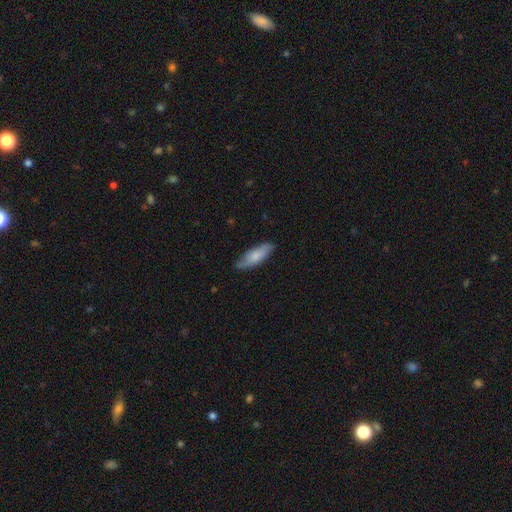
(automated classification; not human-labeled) Q: Smooth or featured?
A: smooth (73%); runner-up: featured or disk (22%)
Q: How rounded?
A: in between (57%); runner-up: cigar-shaped (42%)
Q: Merging?
A: none (79%); runner-up: minor disturbance (17%)